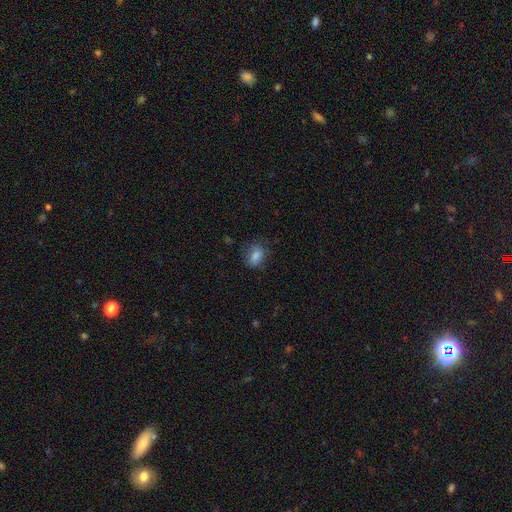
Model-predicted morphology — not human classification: smooth-or-featured: smooth: 76% | featured or disk: 13% | star or artifact: 11%
  how-rounded: in between: 70% | round: 27% | cigar-shaped: 3%
  merging: none: 66% | minor disturbance: 23% | major disturbance: 9% | merger: 2%